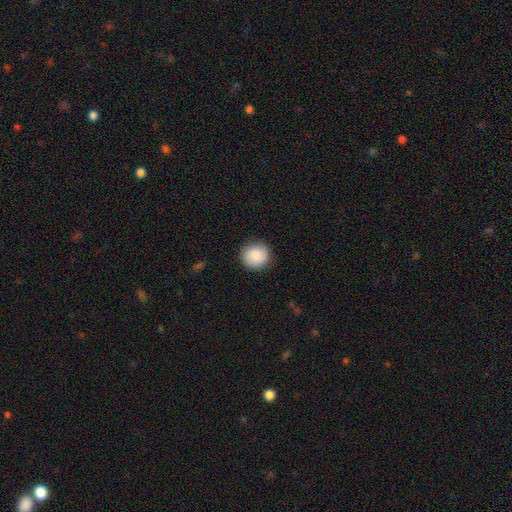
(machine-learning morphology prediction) smooth 86%, featured or disk 7%, star or artifact 7%. Down the decision tree: how rounded — round (92%); merging — none (89%).